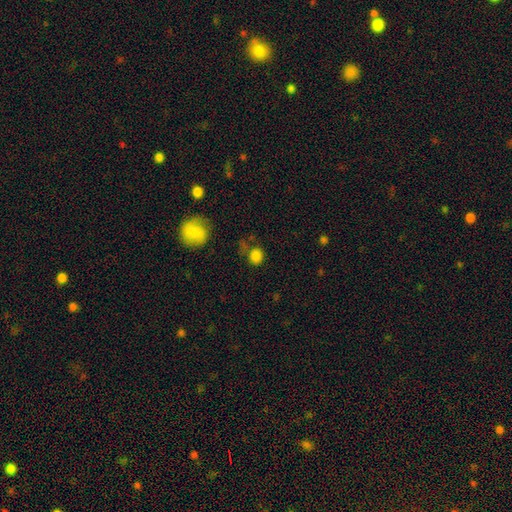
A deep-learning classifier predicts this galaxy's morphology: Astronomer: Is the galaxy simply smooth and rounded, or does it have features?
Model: smooth — 80%.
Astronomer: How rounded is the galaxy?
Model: round — 77%.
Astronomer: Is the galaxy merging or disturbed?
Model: none — 67%.